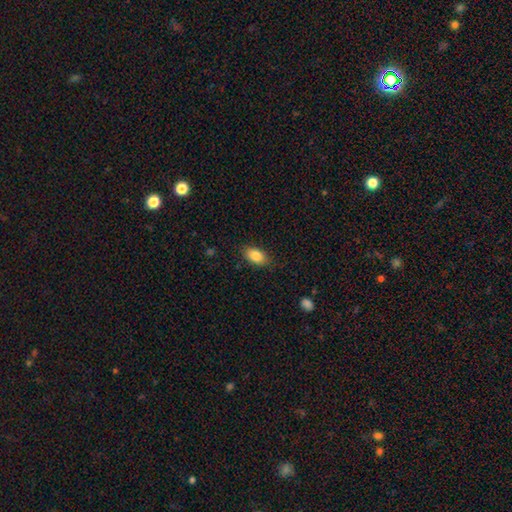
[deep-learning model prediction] smooth 84%, featured or disk 8%, star or artifact 7%. Down the decision tree: how rounded — in between (90%); merging — none (84%).